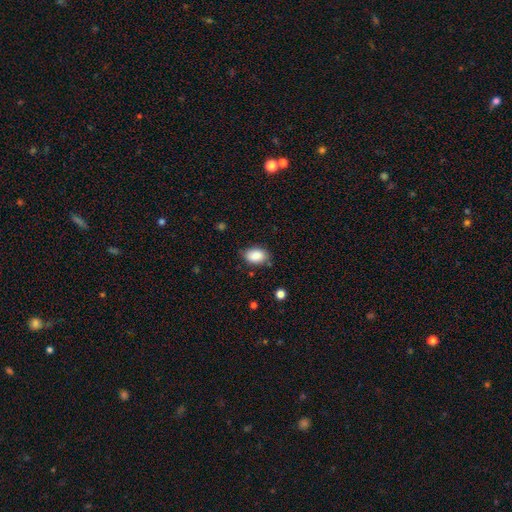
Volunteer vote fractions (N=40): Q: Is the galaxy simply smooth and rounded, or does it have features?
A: smooth — 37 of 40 (92%).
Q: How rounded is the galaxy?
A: in between — 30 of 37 (81%).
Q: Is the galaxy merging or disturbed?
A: none — 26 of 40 (65%).